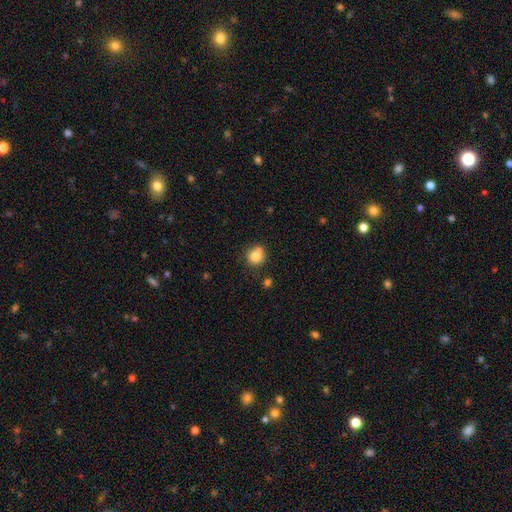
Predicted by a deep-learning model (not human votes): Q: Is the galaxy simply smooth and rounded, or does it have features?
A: smooth — 81%.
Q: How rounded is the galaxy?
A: round — 87%.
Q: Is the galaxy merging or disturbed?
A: none — 62%.